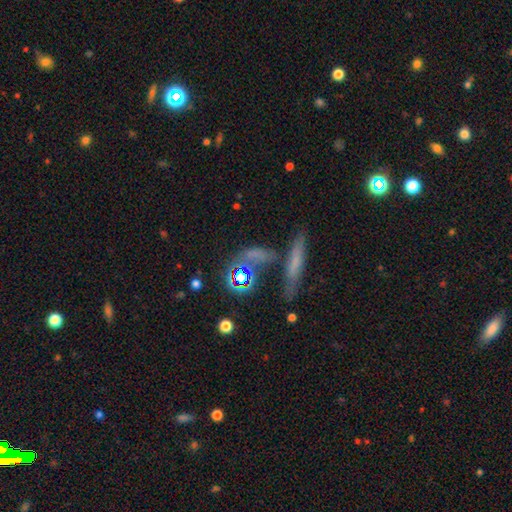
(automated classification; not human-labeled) Smooth or featured? Predicted: smooth (p=0.46). Merging? Predicted: none (p=0.54).